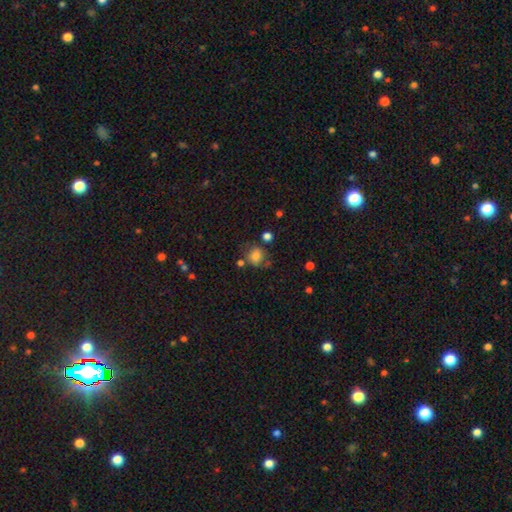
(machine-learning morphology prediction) Smooth or featured? Predicted: smooth (p=0.75). How rounded? Predicted: round (p=0.69). Merging? Predicted: none (p=0.59).